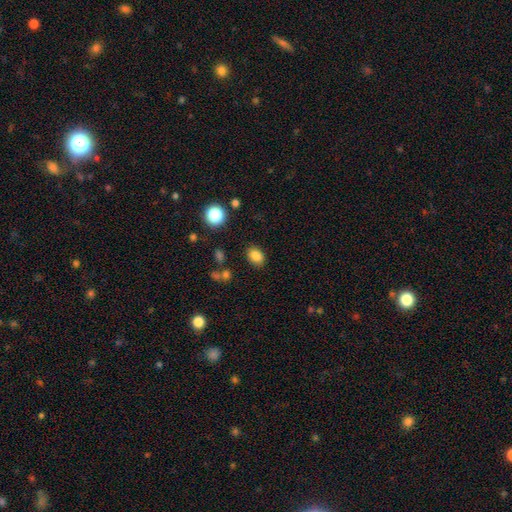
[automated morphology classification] This is clearly a smooth galaxy (83%). How rounded: likely in between (70%). Merging: clearly none (84%).